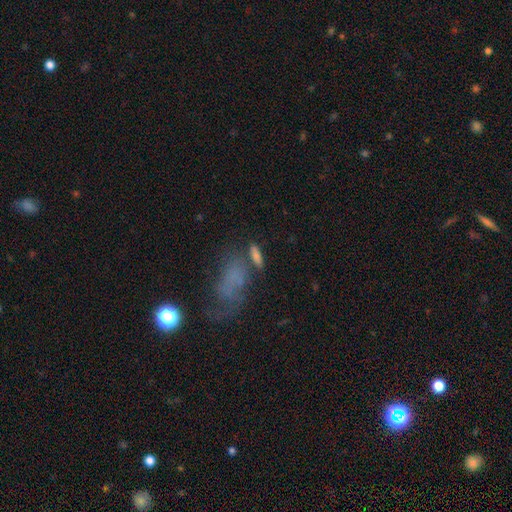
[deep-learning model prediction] This is likely a smooth galaxy (65%). How rounded: possibly in between (55%). Merging: possibly none (49%).